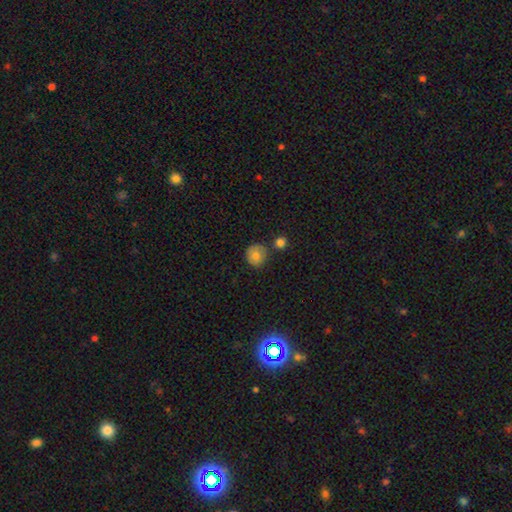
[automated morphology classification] smooth 81%, star or artifact 10%, featured or disk 9%. Down the decision tree: how rounded — round (88%); merging — none (69%).